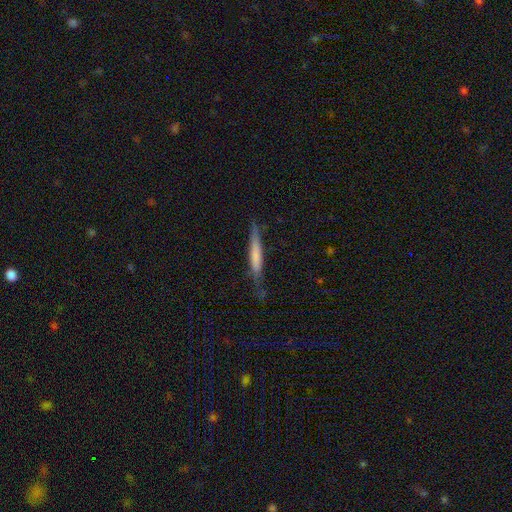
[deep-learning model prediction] This is possibly a smooth galaxy (58%). How rounded: clearly cigar-shaped (95%). Merging: likely none (69%).